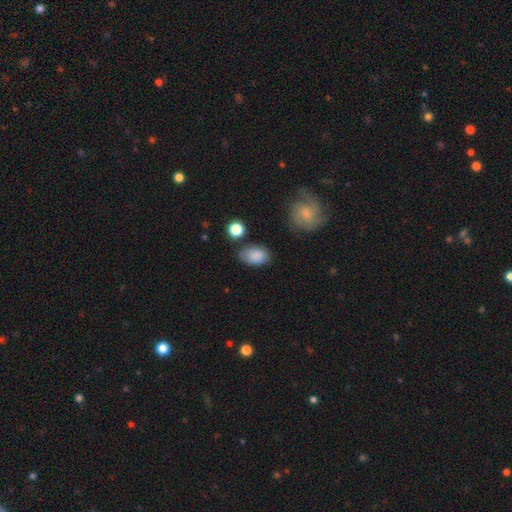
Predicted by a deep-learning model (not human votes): This appears to be a smooth galaxy with no disk features (84%) that is in between round and cigar-shaped (86%). Merging: none (67%).